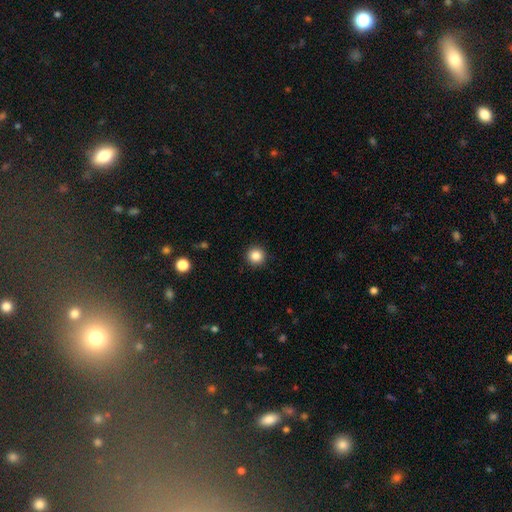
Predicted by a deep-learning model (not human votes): Morphology: type=smooth (85%); roundness=round (95%); merging=none (92%).